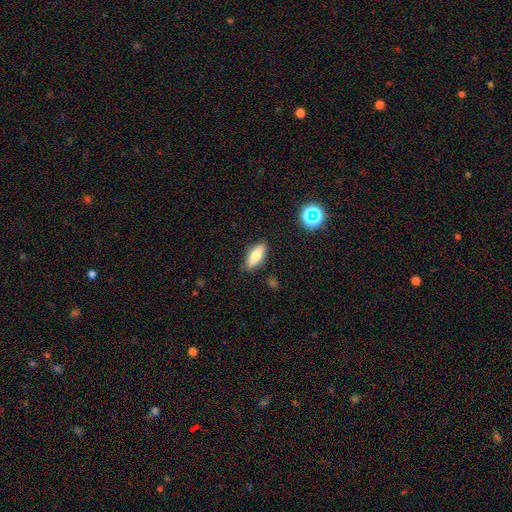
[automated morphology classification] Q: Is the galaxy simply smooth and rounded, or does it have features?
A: smooth — 70%.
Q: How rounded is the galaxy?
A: in between — 65%.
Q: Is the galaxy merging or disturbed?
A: none — 86%.